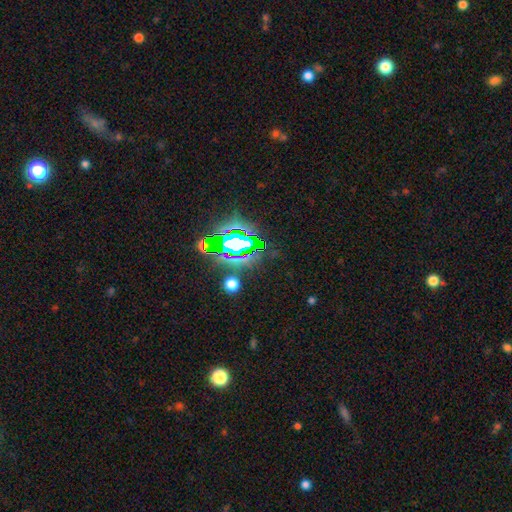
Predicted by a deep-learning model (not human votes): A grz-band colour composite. It shows a star or artifact, not a galaxy (72%).